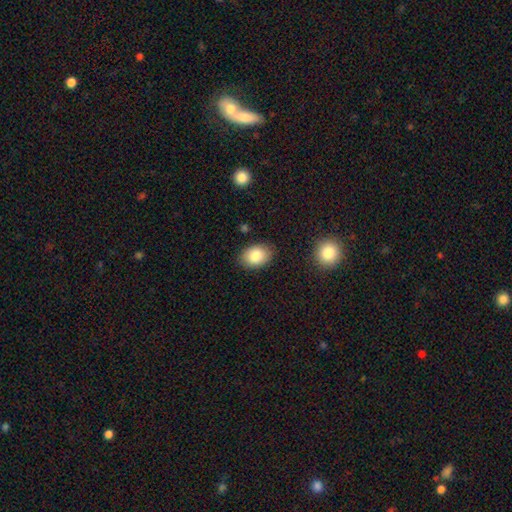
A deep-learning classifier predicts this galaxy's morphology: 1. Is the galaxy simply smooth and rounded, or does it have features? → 83% smooth, 9% featured or disk, 8% star or artifact.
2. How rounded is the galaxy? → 77% in between, 22% round, 1% cigar-shaped.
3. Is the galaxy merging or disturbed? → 85% none, 11% minor disturbance, 2% major disturbance, 2% merger.